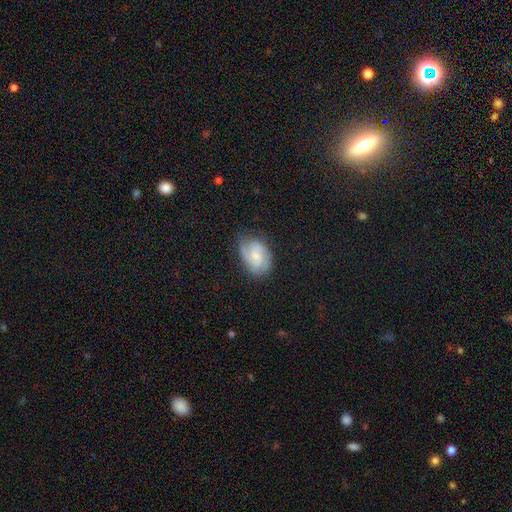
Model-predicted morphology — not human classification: Smooth or featured? featured or disk (75%)
Edge-on disk? no (98%)
Bar? no (47%)
Spiral arms? yes (96%)
Spiral winding? medium (46%)
Spiral arm count? 2 (54%)
Bulge size? small (48%)
Merging? none (71%)